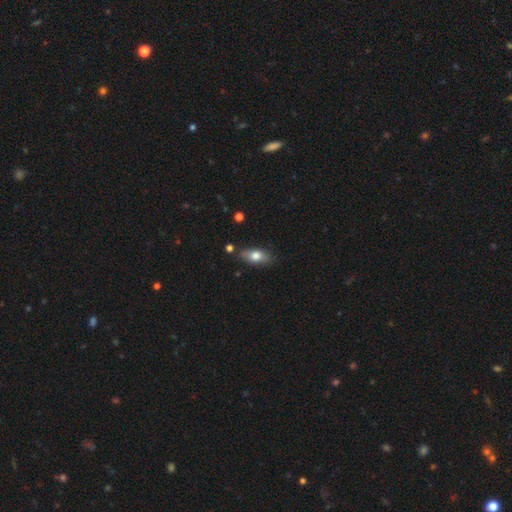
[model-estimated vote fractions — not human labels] A smooth galaxy with no disk features (71%) that is in between round and cigar-shaped (79%). Merging: none (75%).